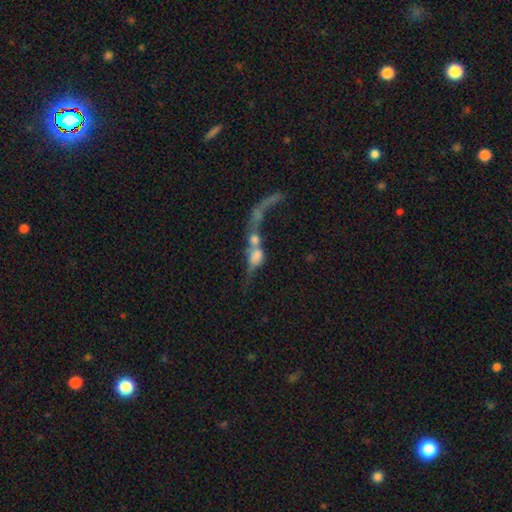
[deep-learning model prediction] A smooth galaxy with no disk features (45%).

Vote fractions:
- Smooth or featured? smooth: 45% / featured or disk: 42% / star or artifact: 13%
- Merging? merger: 68% / major disturbance: 16% / none: 10% / minor disturbance: 5%